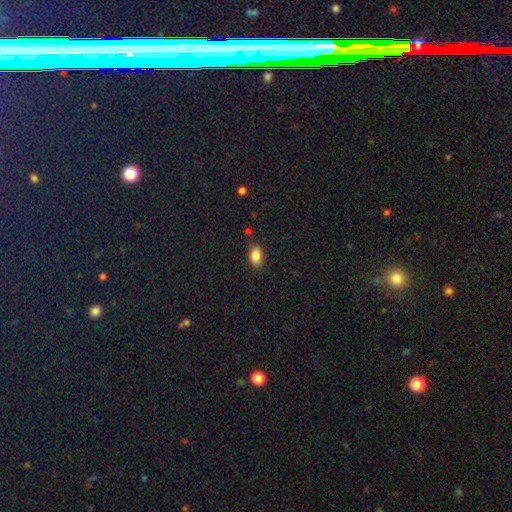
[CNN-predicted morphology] Overall: smooth (85%). How rounded: in between (80%). Merging: none (79%).